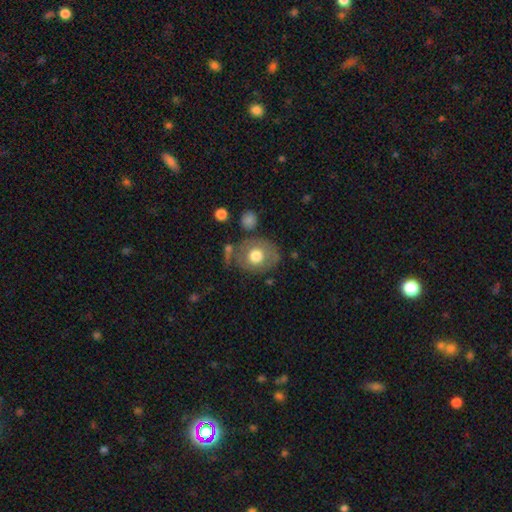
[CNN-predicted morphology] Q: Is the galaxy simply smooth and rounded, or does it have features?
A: smooth — 64%.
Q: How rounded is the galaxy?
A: round — 59%.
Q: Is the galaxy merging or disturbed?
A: none — 66%.